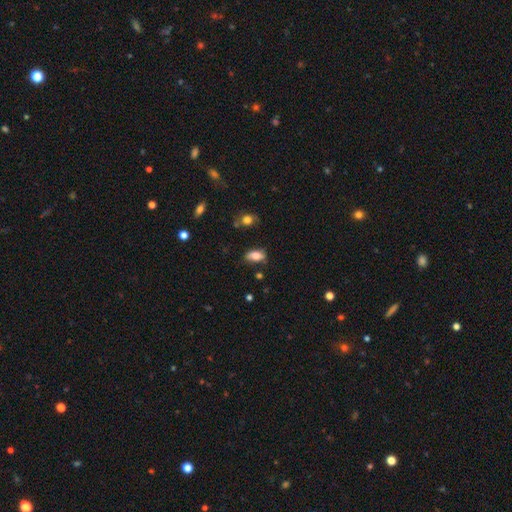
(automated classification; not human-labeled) A smooth galaxy with no disk features (76%) that is in between round and cigar-shaped (89%). Merging: none (67%).